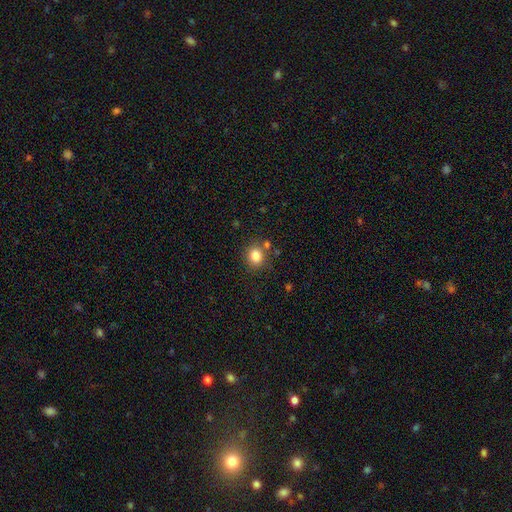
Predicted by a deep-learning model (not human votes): Q: Smooth or featured?
A: smooth (82%); runner-up: star or artifact (11%)
Q: How rounded?
A: round (71%); runner-up: in between (28%)
Q: Merging?
A: none (77%); runner-up: minor disturbance (12%)